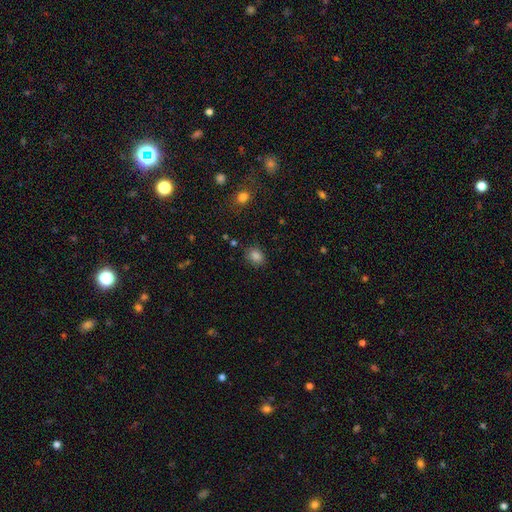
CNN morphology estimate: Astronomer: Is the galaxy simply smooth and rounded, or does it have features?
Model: smooth — 84%.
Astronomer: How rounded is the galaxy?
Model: round — 50% (runner-up: in between, 49%).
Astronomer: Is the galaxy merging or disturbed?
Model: none — 83%.